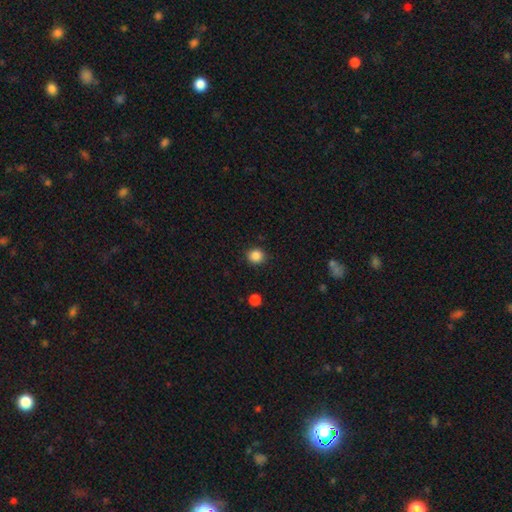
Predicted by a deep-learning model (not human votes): The model was most divided on "smooth or featured": smooth: 86%, star or artifact: 11%, featured or disk: 3%. More confident: merging — none (90%); how rounded — round (89%).